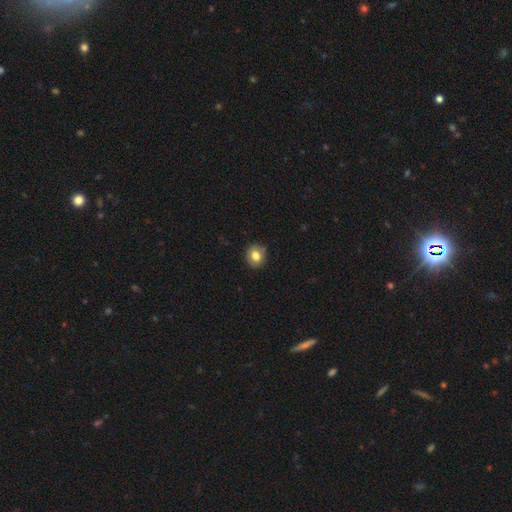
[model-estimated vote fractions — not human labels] Overall: smooth (79%). How rounded: round (71%). Merging: none (84%).